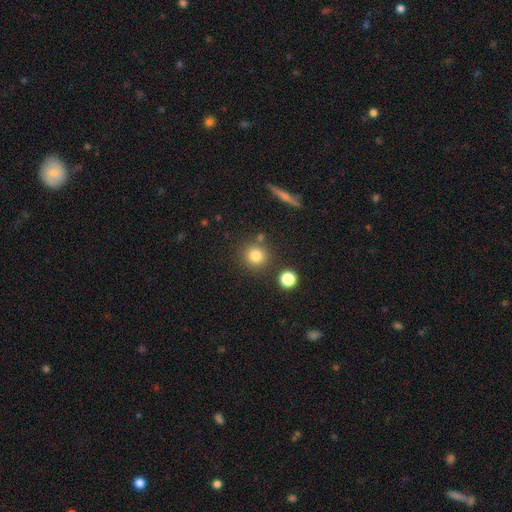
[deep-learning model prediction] Smooth or featured? Predicted: smooth (p=0.81). How rounded? Predicted: round (p=0.92). Merging? Predicted: none (p=0.81).